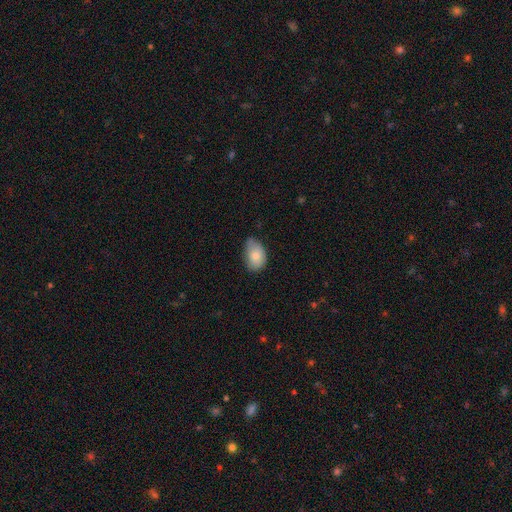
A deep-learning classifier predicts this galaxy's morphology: This appears to be a smooth galaxy with no disk features (80%) that is in between round and cigar-shaped (86%). Merging: none (50%).